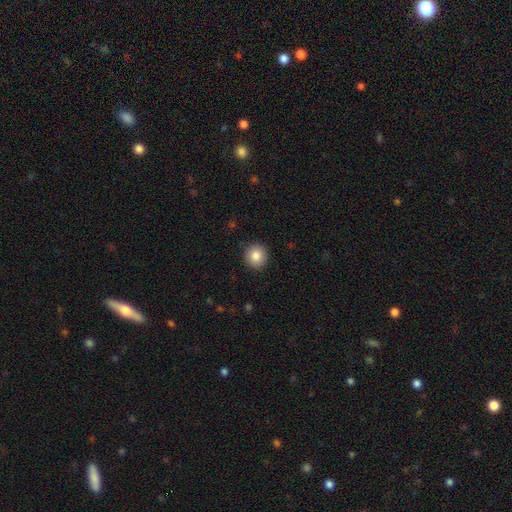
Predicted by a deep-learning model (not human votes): Smooth or featured? smooth (85%)
How rounded? round (91%)
Merging? none (91%)